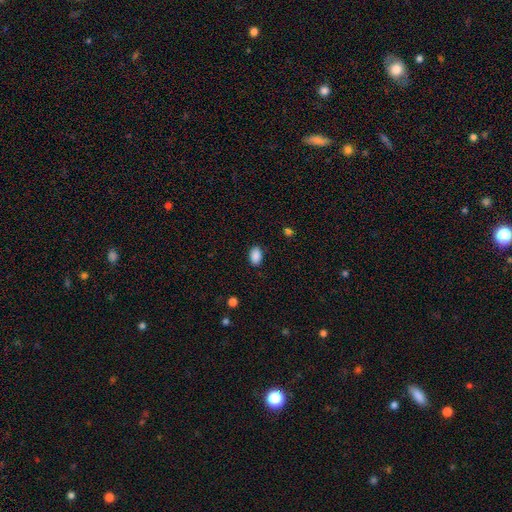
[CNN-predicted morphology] Overall: smooth (89%). How rounded: in between (90%). Merging: none (86%).